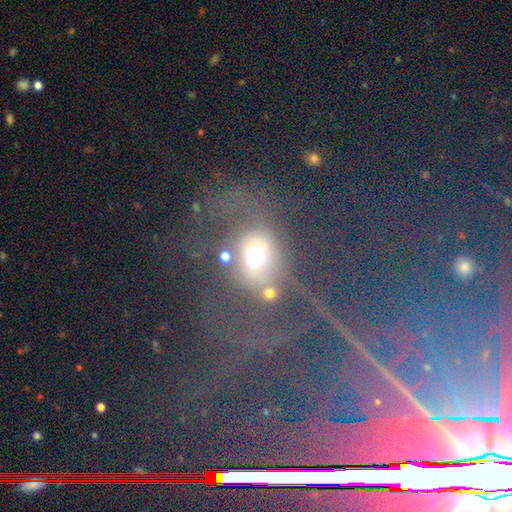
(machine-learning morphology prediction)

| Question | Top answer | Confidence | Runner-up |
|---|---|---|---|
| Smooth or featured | smooth | 45% | featured or disk (32%) |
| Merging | none | 43% | major disturbance (24%) |